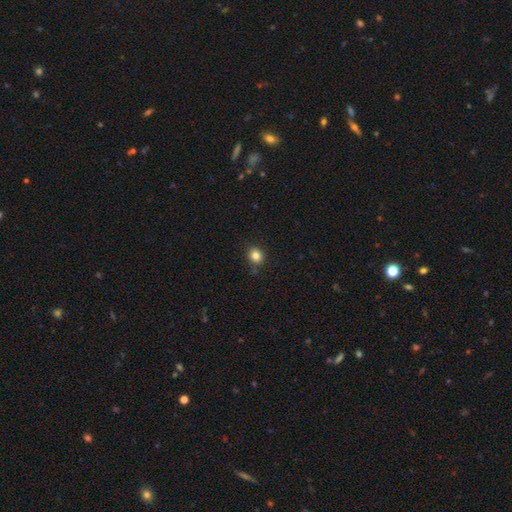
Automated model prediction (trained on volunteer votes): smooth 83%, star or artifact 12%, featured or disk 5%. Down the decision tree: how rounded — round (82%); merging — none (87%).